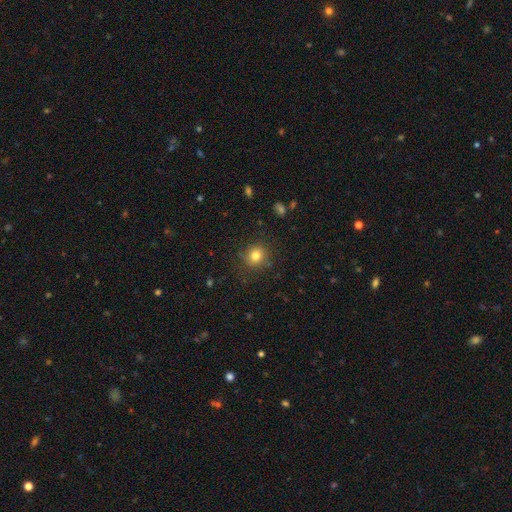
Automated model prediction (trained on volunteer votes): This appears to be a smooth galaxy with no disk features (80%) that is round (88%). Merging: none (84%).